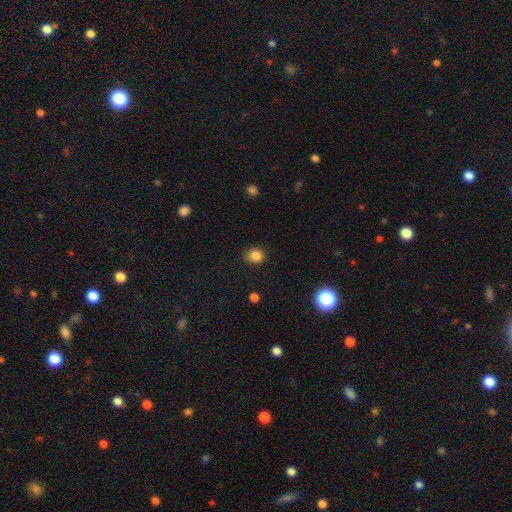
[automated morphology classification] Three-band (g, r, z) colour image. It shows a smooth galaxy with no disk features (85%) that is round (75%). Merging: none (77%).